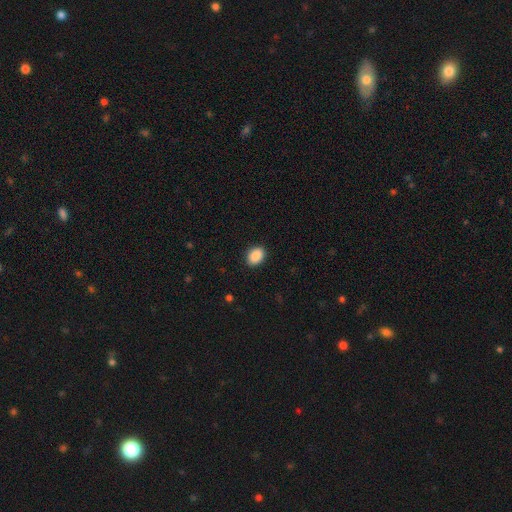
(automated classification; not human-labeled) A smooth galaxy with no disk features (89%) that is in between round and cigar-shaped (72%). Merging: none (90%).